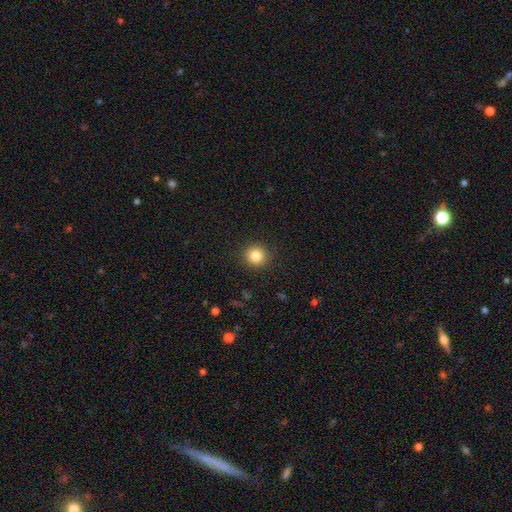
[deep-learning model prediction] smooth 84%, star or artifact 11%, featured or disk 5%. Down the decision tree: how rounded — round (92%); merging — none (92%).